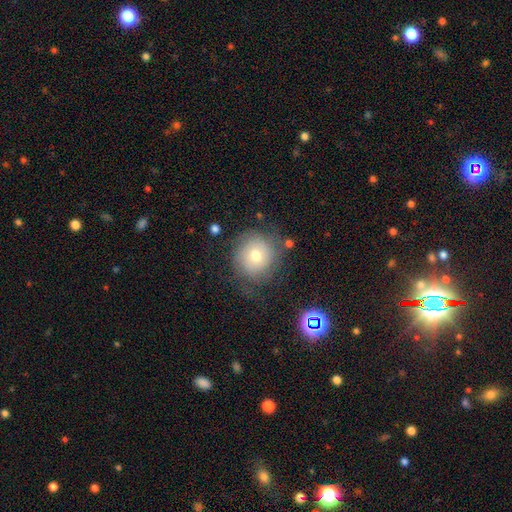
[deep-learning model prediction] This is possibly a smooth galaxy (60%). How rounded: clearly round (89%). Merging: likely none (68%).